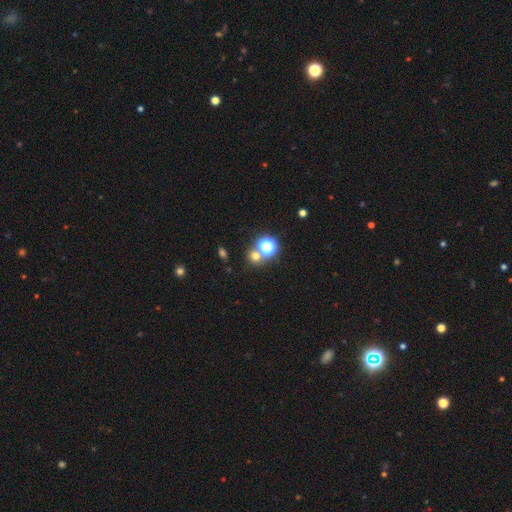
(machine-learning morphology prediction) Smooth or featured? smooth (60%)
How rounded? round (81%)
Merging? none (66%)